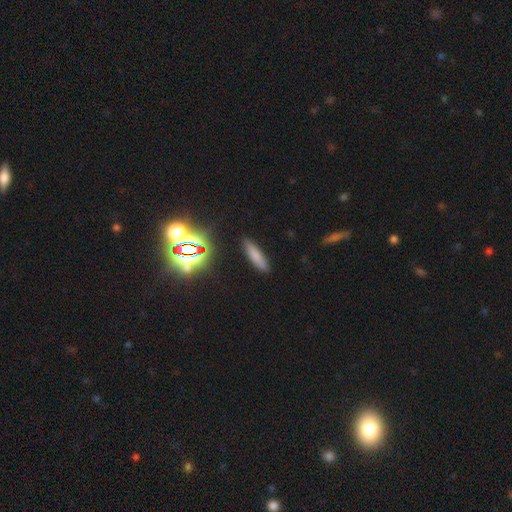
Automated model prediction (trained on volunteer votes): smooth 70%, star or artifact 17%, featured or disk 13%. Down the decision tree: how rounded — cigar-shaped (71%); merging — none (89%).